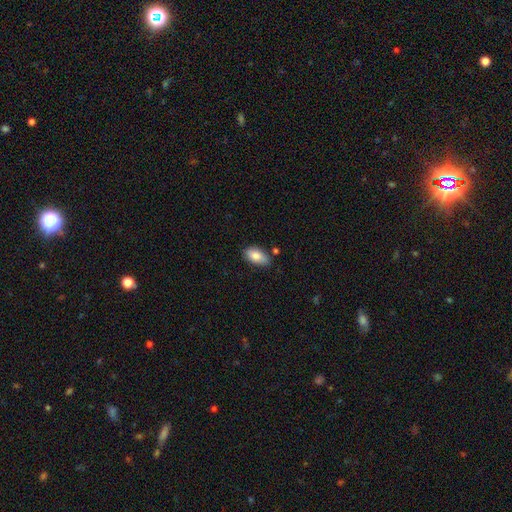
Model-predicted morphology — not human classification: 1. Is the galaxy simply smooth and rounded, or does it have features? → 83% smooth, 10% featured or disk, 7% star or artifact.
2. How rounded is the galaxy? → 92% in between, 4% cigar-shaped, 4% round.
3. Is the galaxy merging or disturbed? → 74% none, 19% minor disturbance, 4% merger, 3% major disturbance.